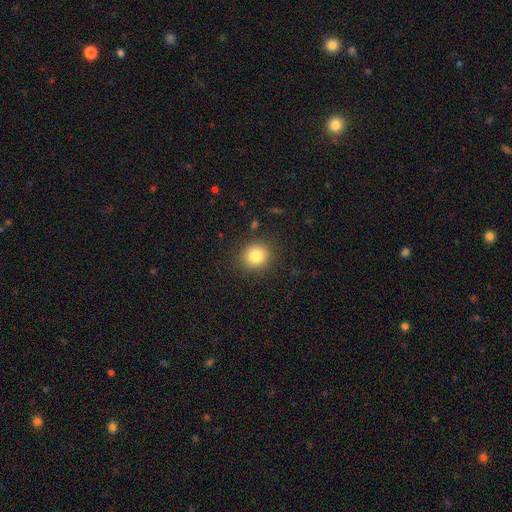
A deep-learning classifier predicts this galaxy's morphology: Overall: smooth (82%). How rounded: round (88%). Merging: none (89%).